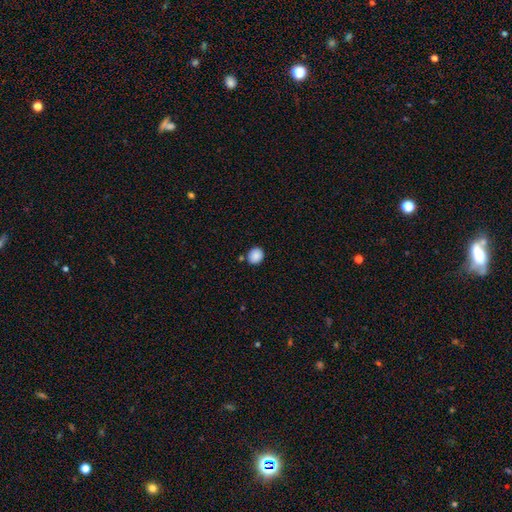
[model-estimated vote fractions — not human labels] Overall: smooth (88%). How rounded: round (77%). Merging: none (82%).